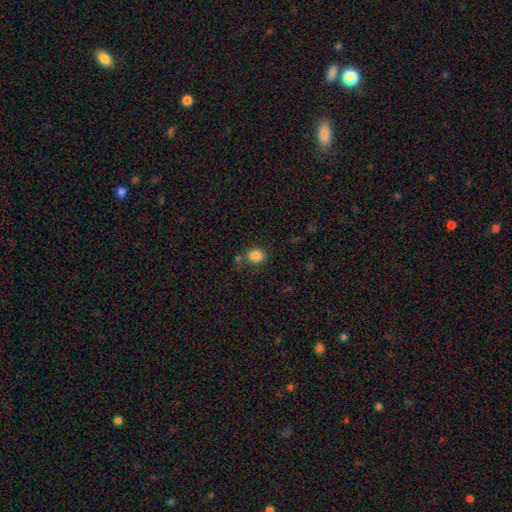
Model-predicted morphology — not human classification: This appears to be a smooth galaxy with no disk features (85%) that is round (54%). Merging: none (73%).